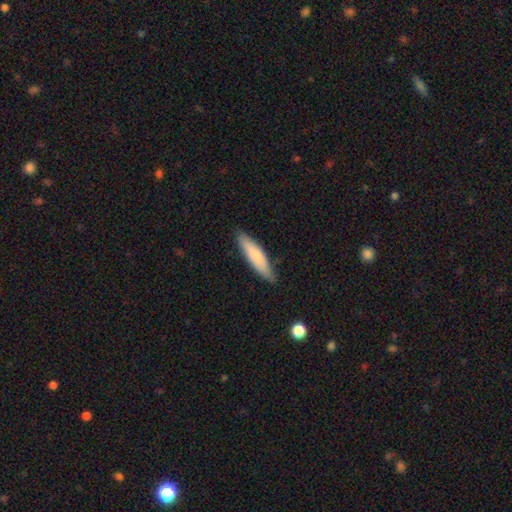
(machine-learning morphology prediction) Smooth or featured? Predicted: smooth (p=0.78). How rounded? Predicted: cigar-shaped (p=0.76). Merging? Predicted: none (p=0.83).